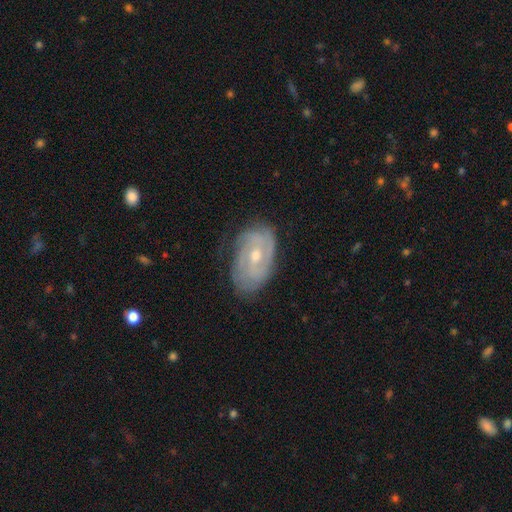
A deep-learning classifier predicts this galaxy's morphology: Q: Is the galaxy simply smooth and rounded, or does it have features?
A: featured or disk — 79%.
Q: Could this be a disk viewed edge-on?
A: no — 95%.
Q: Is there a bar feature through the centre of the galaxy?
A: no — 48%.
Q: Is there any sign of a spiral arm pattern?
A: yes — 90%.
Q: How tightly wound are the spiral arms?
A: tight — 60%.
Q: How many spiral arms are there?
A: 2 — 36%.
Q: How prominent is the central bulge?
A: moderate — 60%.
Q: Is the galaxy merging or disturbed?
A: none — 72%.